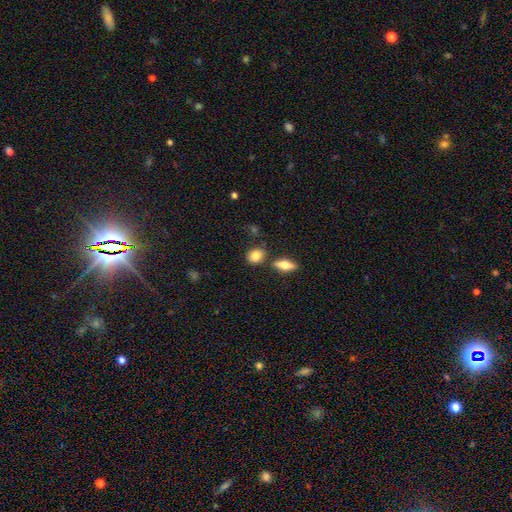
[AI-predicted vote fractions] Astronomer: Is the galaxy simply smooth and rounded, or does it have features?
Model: smooth — 82%.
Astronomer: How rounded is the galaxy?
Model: round — 65%.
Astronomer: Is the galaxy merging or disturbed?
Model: none — 76%.